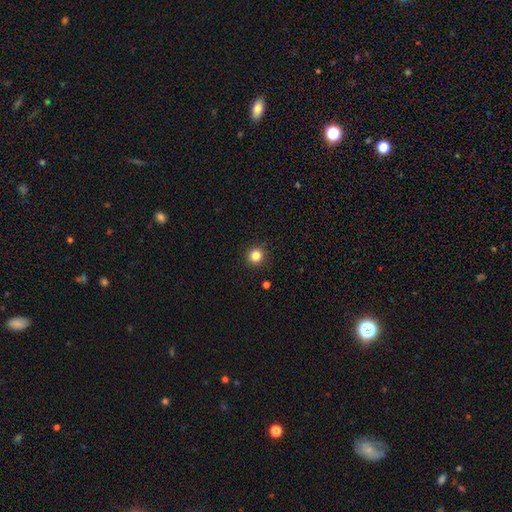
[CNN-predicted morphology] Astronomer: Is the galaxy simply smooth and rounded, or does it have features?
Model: smooth — 84%.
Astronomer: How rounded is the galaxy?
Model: round — 95%.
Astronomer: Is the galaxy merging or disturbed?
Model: none — 93%.